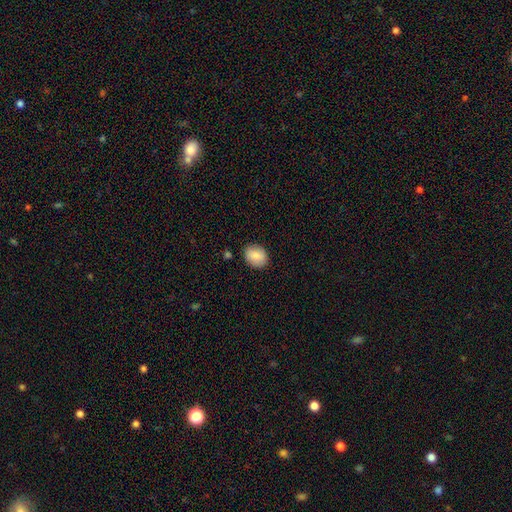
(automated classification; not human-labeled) A smooth galaxy with no disk features (86%) that is in between round and cigar-shaped (56%).

Vote fractions:
- Smooth or featured? smooth: 86% / star or artifact: 7% / featured or disk: 7%
- How rounded? in between: 56% / round: 43% / cigar-shaped: 1%
- Merging? none: 85% / minor disturbance: 11% / major disturbance: 2% / merger: 2%